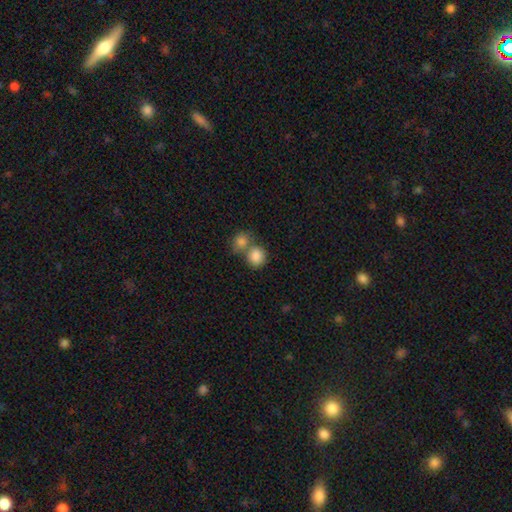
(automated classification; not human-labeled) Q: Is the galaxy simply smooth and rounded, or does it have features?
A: smooth — 85%.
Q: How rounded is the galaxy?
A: round — 79%.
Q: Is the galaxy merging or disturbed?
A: merger — 49%.